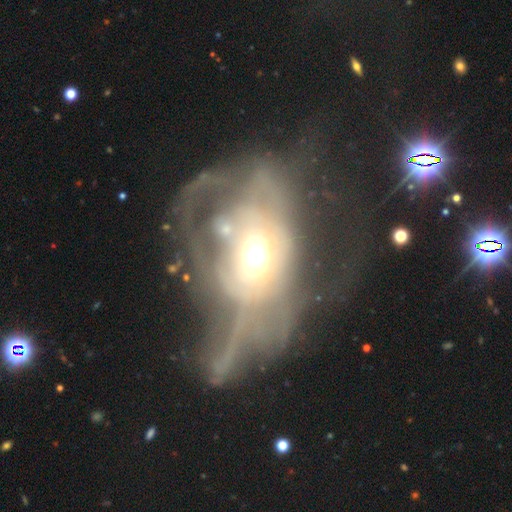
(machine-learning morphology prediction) Smooth or featured? featured or disk (67%)
Edge-on disk? no (94%)
Bar? no (80%)
Spiral arms? no (64%)
Bulge size? moderate (63%)
Merging? major disturbance (64%)